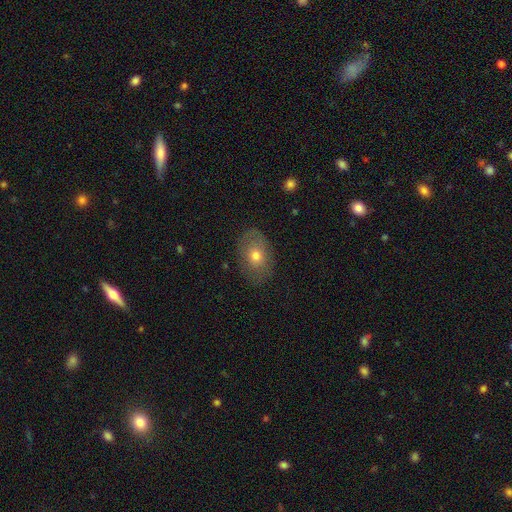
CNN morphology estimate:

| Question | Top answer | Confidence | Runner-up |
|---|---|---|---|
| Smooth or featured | smooth | 65% | featured or disk (26%) |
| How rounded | in between | 79% | round (19%) |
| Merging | none | 80% | minor disturbance (15%) |